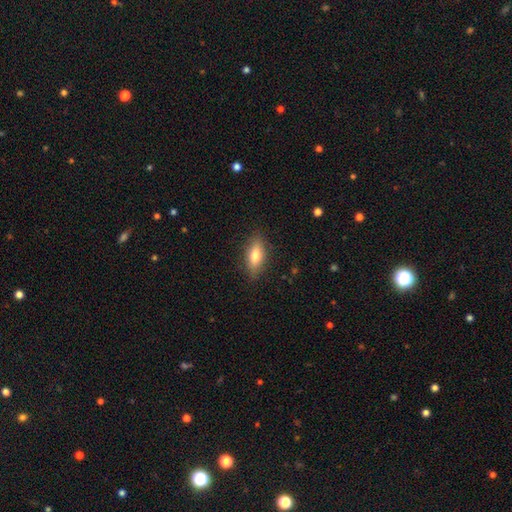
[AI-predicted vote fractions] Overall: smooth (73%). How rounded: in between (76%). Merging: none (85%).